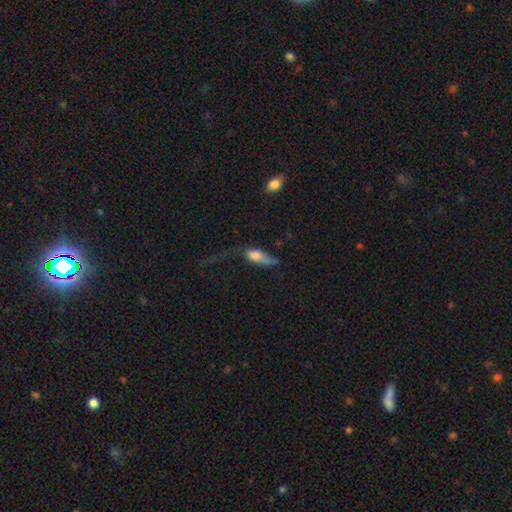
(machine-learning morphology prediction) smooth-or-featured: smooth: 68% | featured or disk: 23% | star or artifact: 9%
  how-rounded: in between: 72% | cigar-shaped: 23% | round: 5%
  merging: major disturbance: 49% | minor disturbance: 22% | none: 21% | merger: 8%